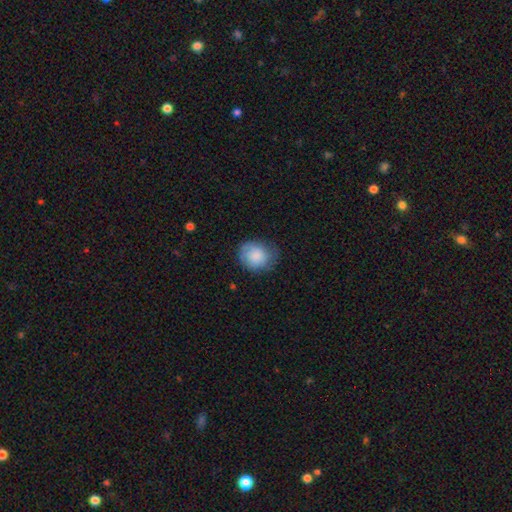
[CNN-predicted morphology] type=smooth (81%); roundness=round (67%); merging=none (67%).